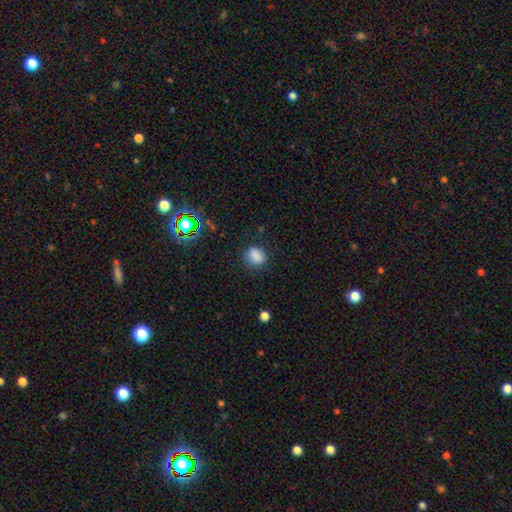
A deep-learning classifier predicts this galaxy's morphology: smooth 83%, star or artifact 12%, featured or disk 5%. Down the decision tree: how rounded — round (62%); merging — none (82%).